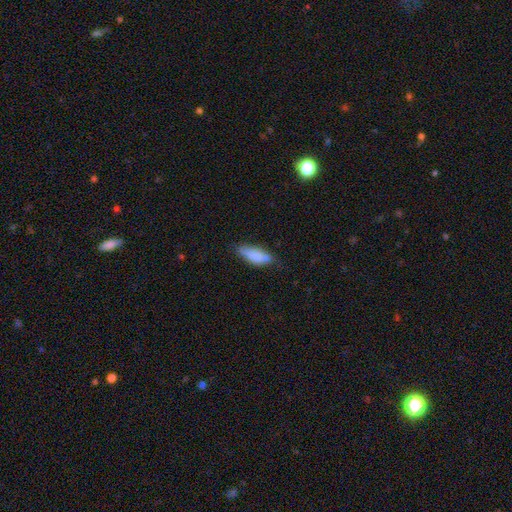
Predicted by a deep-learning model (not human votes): smooth_or_featured: smooth (p=0.81) [alt: featured or disk p=0.12]
how_rounded: in between (p=0.65) [alt: cigar-shaped p=0.33]
merging: none (p=0.61) [alt: minor disturbance p=0.29]